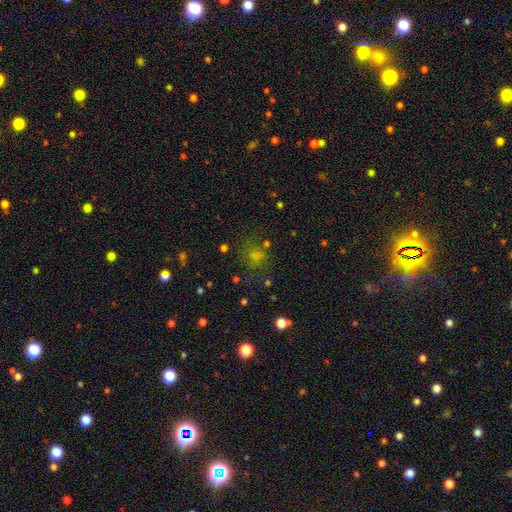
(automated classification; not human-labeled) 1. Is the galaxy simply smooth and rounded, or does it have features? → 51% smooth, 36% star or artifact, 14% featured or disk.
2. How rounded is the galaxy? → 66% round, 32% in between, 2% cigar-shaped.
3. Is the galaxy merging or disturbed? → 65% none, 17% minor disturbance, 13% major disturbance, 5% merger.